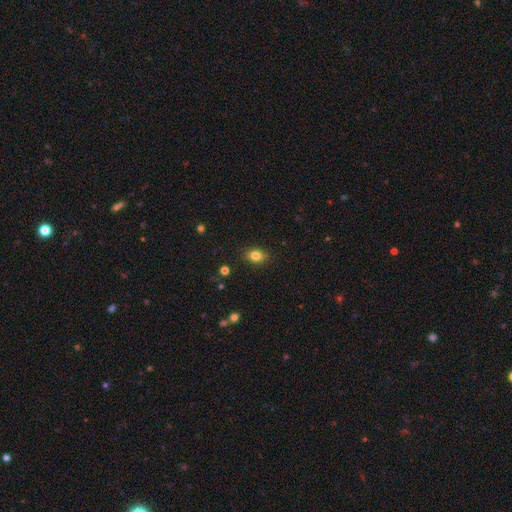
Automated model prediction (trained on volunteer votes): smooth-or-featured: smooth: 82% | star or artifact: 11% | featured or disk: 7%
  how-rounded: in between: 57% | round: 41% | cigar-shaped: 1%
  merging: none: 87% | minor disturbance: 10% | major disturbance: 2% | merger: 1%